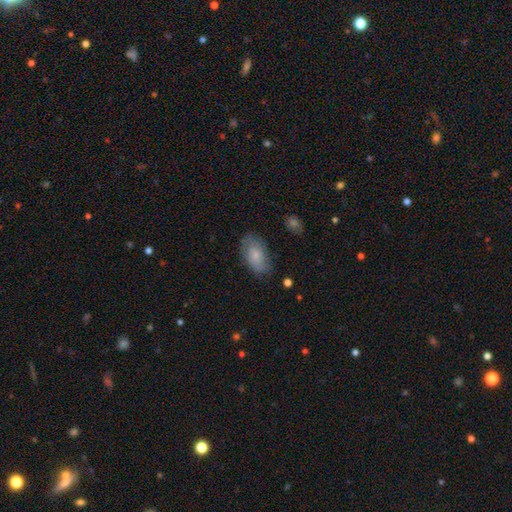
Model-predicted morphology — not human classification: Smooth or featured?
  - smooth: 66% *
  - featured or disk: 27%
  - star or artifact: 7%
How rounded?
  - in between: 92% *
  - round: 6%
  - cigar-shaped: 2%
Merging?
  - none: 71% *
  - minor disturbance: 21%
  - major disturbance: 6%
  - merger: 2%